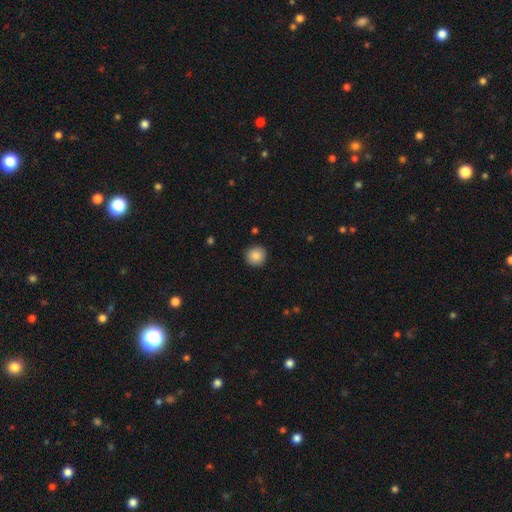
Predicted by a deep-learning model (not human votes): smooth_or_featured: smooth (p=0.87) [alt: star or artifact p=0.08]
how_rounded: round (p=0.93) [alt: in between p=0.06]
merging: none (p=0.91) [alt: minor disturbance p=0.06]